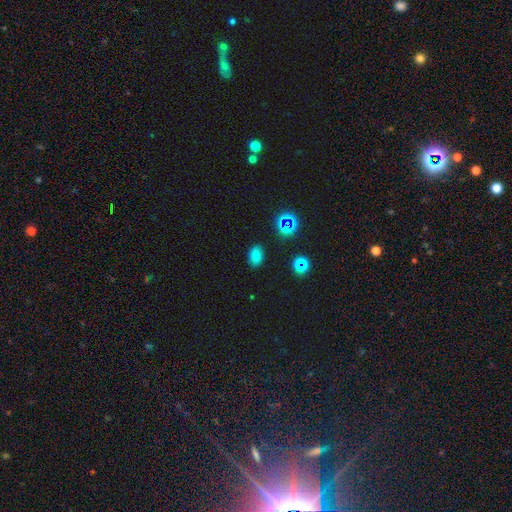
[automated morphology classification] type=smooth (74%); roundness=in between (83%); merging=none (84%).